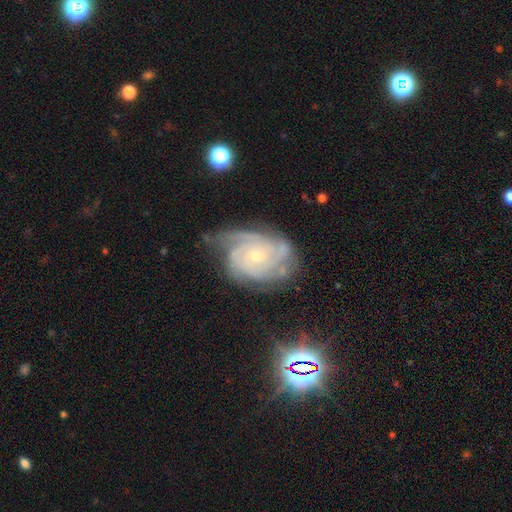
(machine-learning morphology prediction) Q: Smooth or featured?
A: featured or disk (88%); runner-up: star or artifact (7%)
Q: Edge-on disk?
A: no (97%); runner-up: yes (3%)
Q: Bar?
A: no (73%); runner-up: weak (22%)
Q: Spiral arms?
A: yes (98%); runner-up: no (2%)
Q: Spiral winding?
A: tight (68%); runner-up: medium (27%)
Q: Spiral arm count?
A: 3 (30%); runner-up: 4 (24%)
Q: Bulge size?
A: small (71%); runner-up: moderate (25%)
Q: Merging?
A: none (62%); runner-up: minor disturbance (25%)